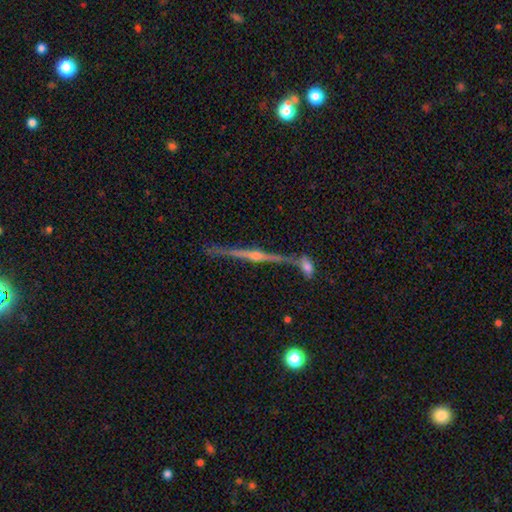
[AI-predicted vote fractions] Q: Smooth or featured?
A: featured or disk (84%); runner-up: star or artifact (8%)
Q: Edge-on disk?
A: yes (98%); runner-up: no (2%)
Q: Edge-on bulge?
A: rounded (85%); runner-up: none (9%)
Q: Merging?
A: none (77%); runner-up: merger (10%)